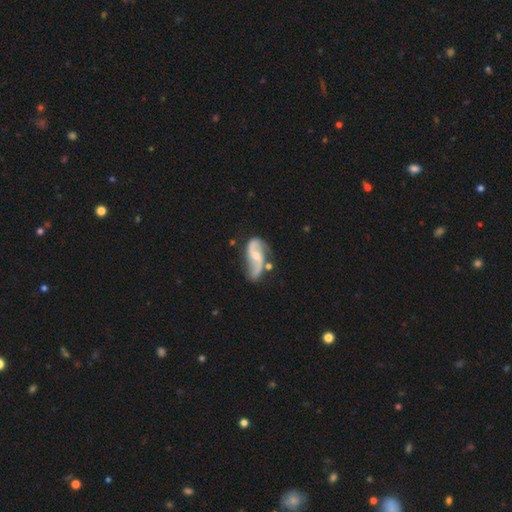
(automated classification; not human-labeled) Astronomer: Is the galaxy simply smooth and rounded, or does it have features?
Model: featured or disk — 83%.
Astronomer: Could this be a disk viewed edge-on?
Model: no — 96%.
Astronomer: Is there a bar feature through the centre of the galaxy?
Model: no — 47% (runner-up: weak, 40%).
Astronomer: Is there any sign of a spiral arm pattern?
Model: yes — 94%.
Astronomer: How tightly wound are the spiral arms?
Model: loose — 67%.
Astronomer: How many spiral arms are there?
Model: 2 — 90%.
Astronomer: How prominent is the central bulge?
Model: small — 49% (runner-up: moderate, 39%).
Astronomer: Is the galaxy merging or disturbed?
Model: none — 51%.